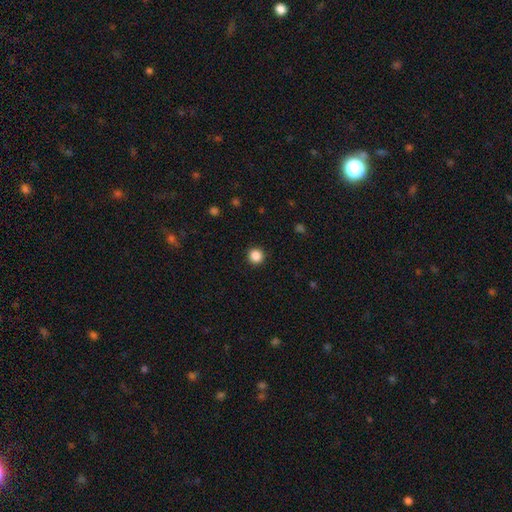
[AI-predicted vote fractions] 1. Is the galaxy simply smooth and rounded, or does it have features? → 87% smooth, 10% star or artifact, 3% featured or disk.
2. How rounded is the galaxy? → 94% round, 5% in between, 1% cigar-shaped.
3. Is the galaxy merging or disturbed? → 92% none, 5% minor disturbance, 2% major disturbance, 1% merger.